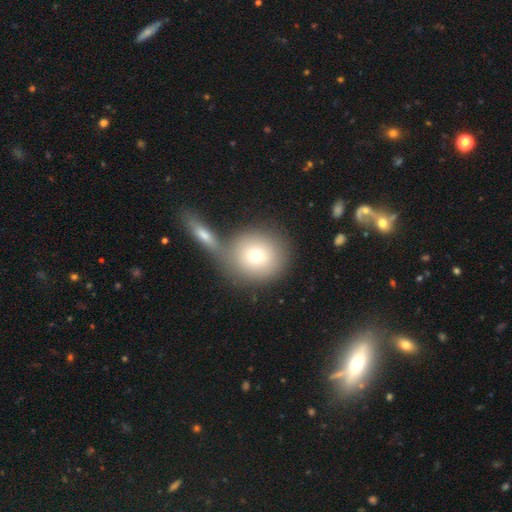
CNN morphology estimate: Q: Smooth or featured?
A: smooth (74%); runner-up: featured or disk (17%)
Q: How rounded?
A: round (86%); runner-up: in between (12%)
Q: Merging?
A: none (58%); runner-up: merger (29%)